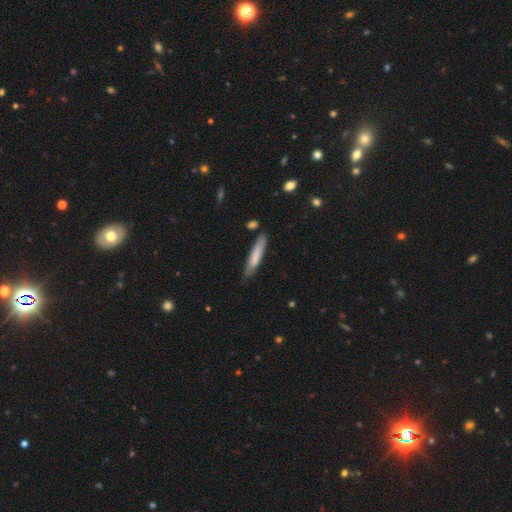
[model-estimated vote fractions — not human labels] Smooth or featured? Predicted: smooth (p=0.75). How rounded? Predicted: cigar-shaped (p=0.90). Merging? Predicted: none (p=0.81).